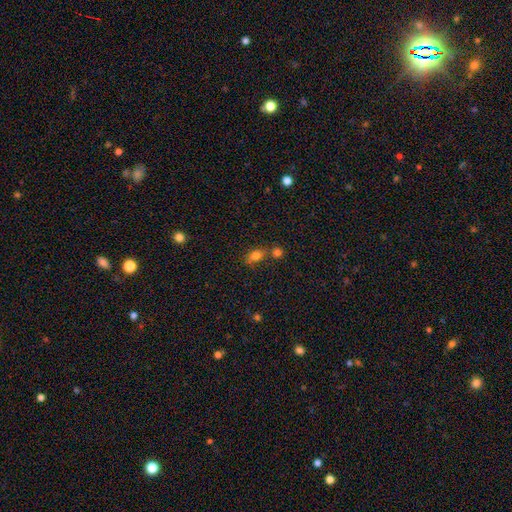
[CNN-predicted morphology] Smooth or featured: smooth — 78% (star or artifact — 14%)
How rounded: in between — 70% (round — 26%)
Merging: none — 52% (merger — 29%)